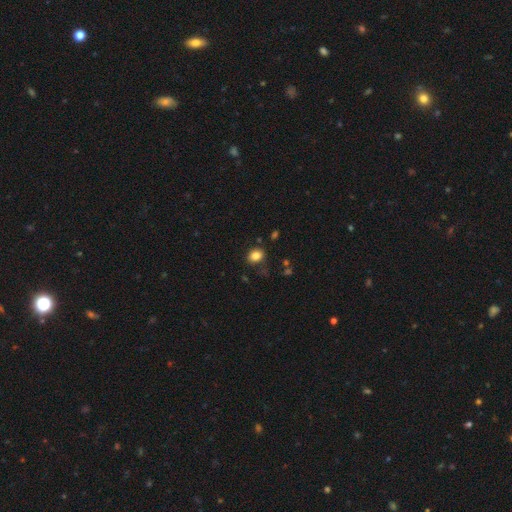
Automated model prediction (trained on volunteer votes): smooth 83%, star or artifact 11%, featured or disk 6%. Down the decision tree: how rounded — in between (58%); merging — none (82%).